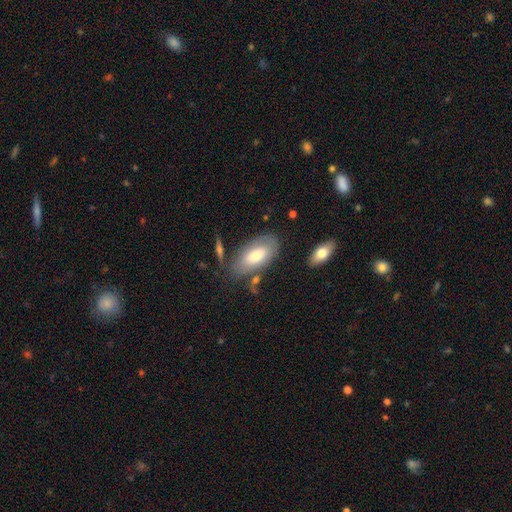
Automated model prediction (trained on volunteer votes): The model was most divided on "smooth or featured": smooth: 64%, featured or disk: 29%, star or artifact: 7%. More confident: how rounded — in between (92%); merging — none (67%).